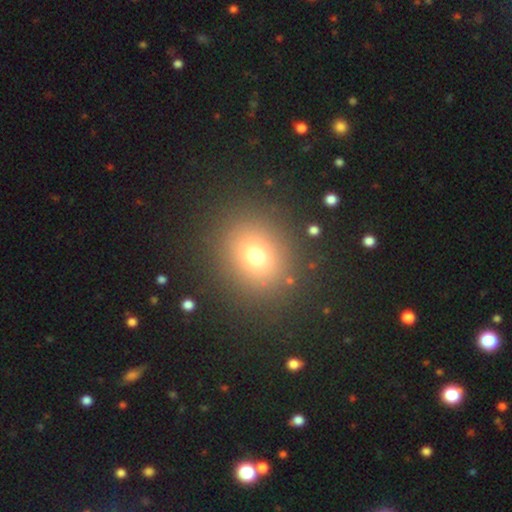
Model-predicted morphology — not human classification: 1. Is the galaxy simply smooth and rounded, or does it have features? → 71% smooth, 18% star or artifact, 10% featured or disk.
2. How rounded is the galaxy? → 69% round, 30% in between, 1% cigar-shaped.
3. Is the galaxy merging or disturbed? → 86% none, 7% minor disturbance, 4% major disturbance, 2% merger.